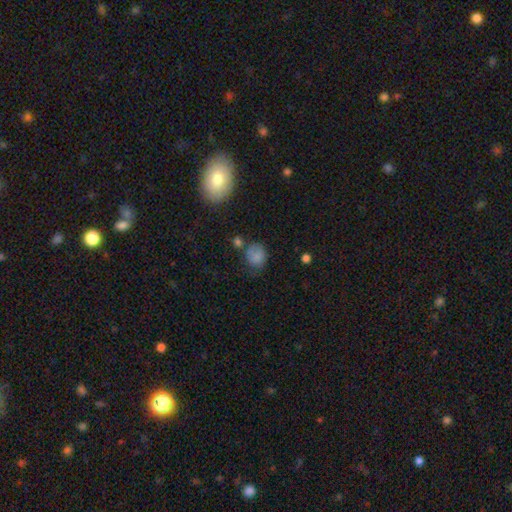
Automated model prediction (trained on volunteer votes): This appears to be a smooth galaxy with no disk features (76%) that is round (55%). Merging: none (49%).